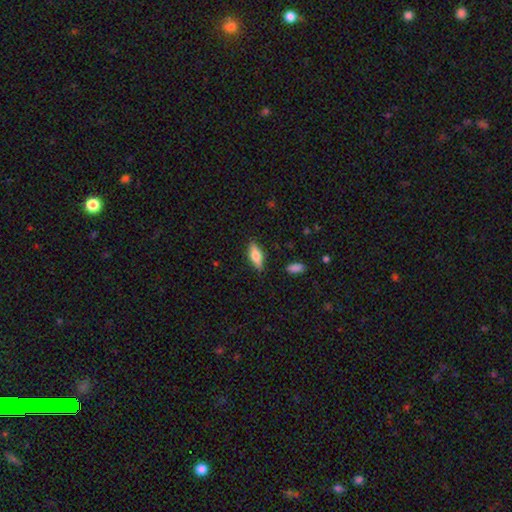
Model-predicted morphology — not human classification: Smooth or featured? Predicted: smooth (p=0.61). How rounded? Predicted: in between (p=0.64). Merging? Predicted: none (p=0.84).